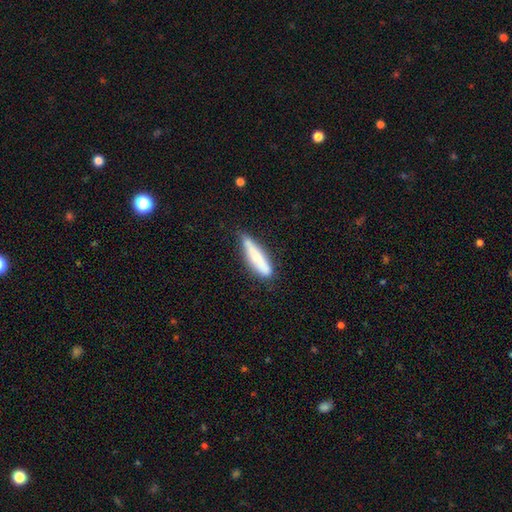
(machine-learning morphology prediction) type=smooth (72%); roundness=cigar-shaped (81%); merging=none (66%).